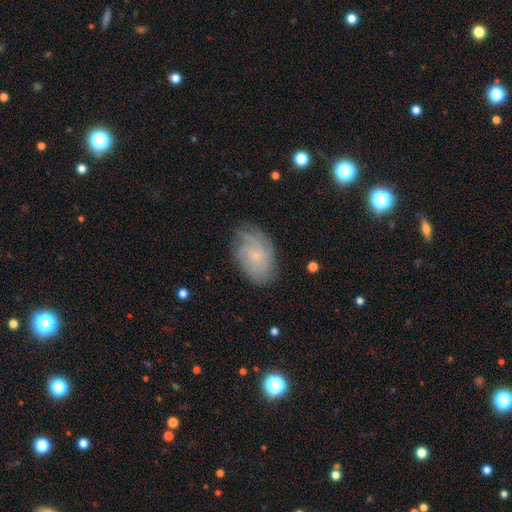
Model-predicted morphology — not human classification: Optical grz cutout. It shows a featured or disk galaxy (65%) with no bar (81%), tight (64%) spiral arms (91%) and a small central bulge (82%). Merging: none (72%).